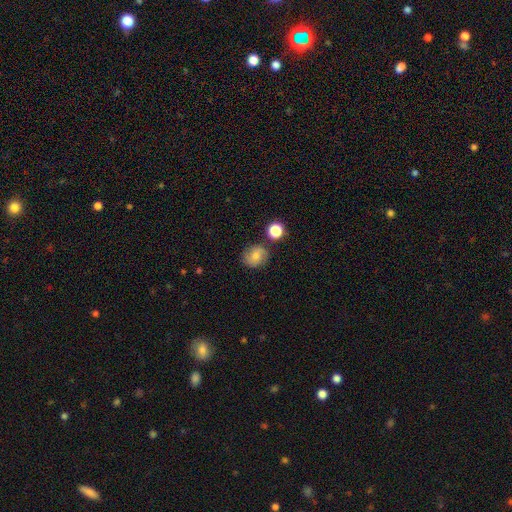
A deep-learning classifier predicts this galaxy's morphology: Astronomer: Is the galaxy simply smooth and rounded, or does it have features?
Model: smooth — 56% (runner-up: featured or disk, 33%).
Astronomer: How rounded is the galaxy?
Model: round — 76%.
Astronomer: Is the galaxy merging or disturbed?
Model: none — 77%.